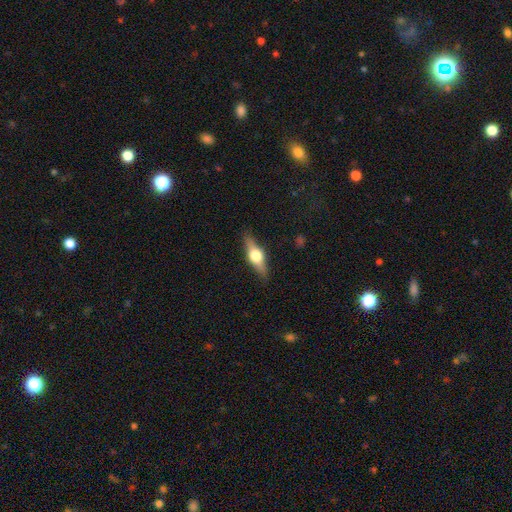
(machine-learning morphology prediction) Smooth or featured?
  - featured or disk: 58% *
  - smooth: 36%
  - star or artifact: 6%
Edge-on disk?
  - yes: 94% *
  - no: 6%
Edge-on bulge?
  - rounded: 95% *
  - boxy: 3%
  - none: 1%
Merging?
  - none: 87% *
  - minor disturbance: 10%
  - major disturbance: 2%
  - merger: 1%